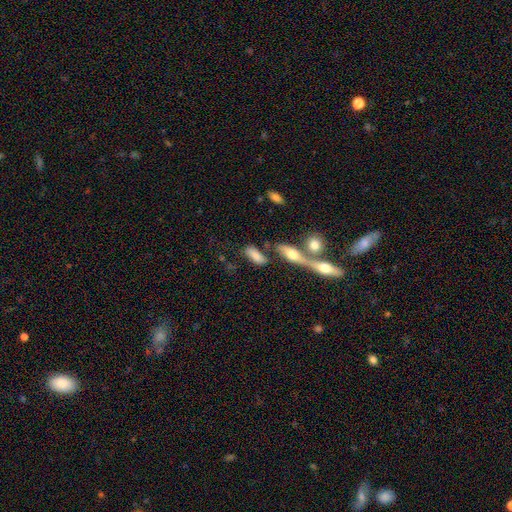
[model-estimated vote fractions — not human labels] Smooth or featured: smooth — 74% (featured or disk — 17%)
How rounded: in between — 79% (cigar-shaped — 17%)
Merging: none — 52% (merger — 27%)